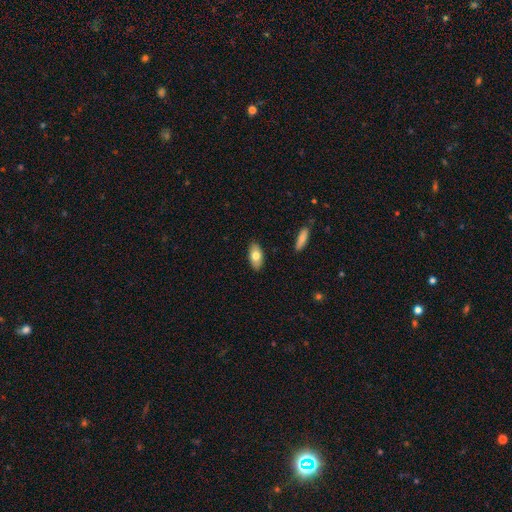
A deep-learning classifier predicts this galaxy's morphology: smooth 76%, featured or disk 18%, star or artifact 6%. Down the decision tree: how rounded — in between (92%); merging — none (88%).